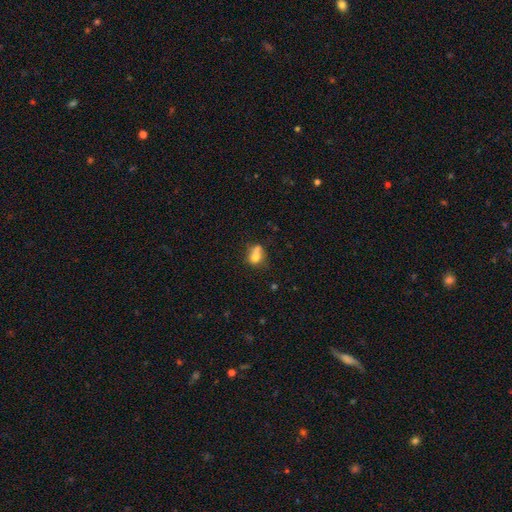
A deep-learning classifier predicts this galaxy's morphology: smooth-or-featured: smooth: 69% | featured or disk: 19% | star or artifact: 11%
  how-rounded: round: 50% | in between: 48% | cigar-shaped: 2%
  merging: merger: 50% | none: 30% | minor disturbance: 13% | major disturbance: 7%